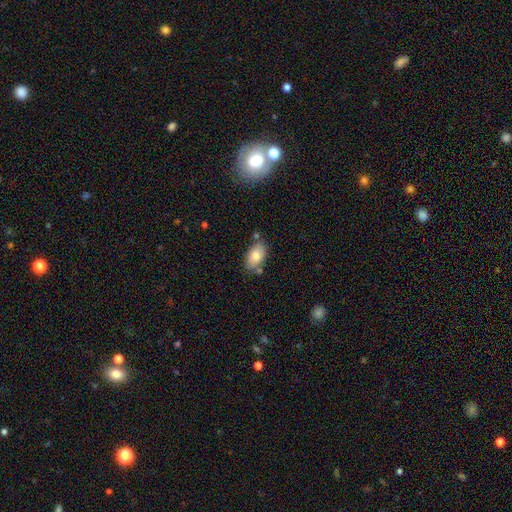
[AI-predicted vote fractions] Overall: smooth (80%). How rounded: in between (93%). Merging: none (72%).